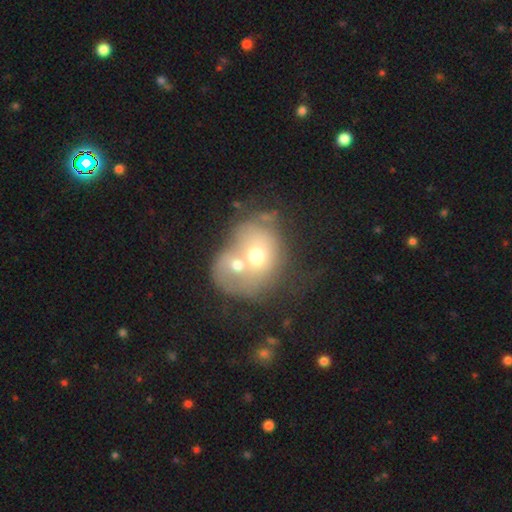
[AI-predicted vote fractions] smooth_or_featured: smooth (p=0.53) [alt: featured or disk p=0.36]
how_rounded: round (p=0.57) [alt: in between p=0.42]
merging: merger (p=0.75) [alt: none p=0.12]